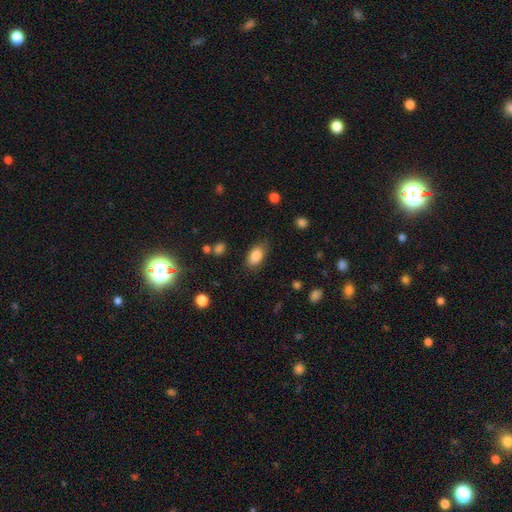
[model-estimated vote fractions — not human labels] The model was most divided on "merging": none: 78%, minor disturbance: 16%, major disturbance: 5%, merger: 2%. More confident: how rounded — in between (91%); smooth or featured — smooth (86%).